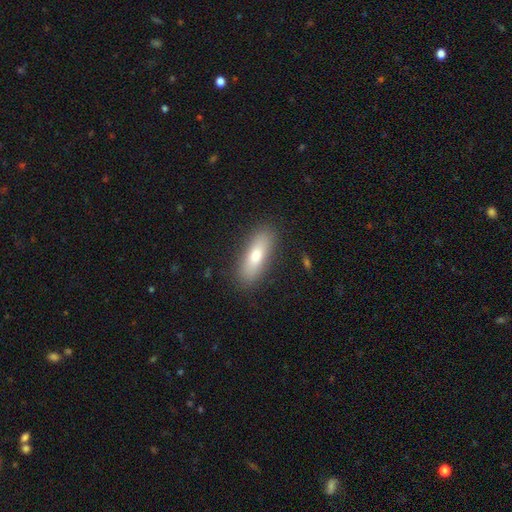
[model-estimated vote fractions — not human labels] smooth-or-featured: smooth: 73% | featured or disk: 20% | star or artifact: 7%
  how-rounded: in between: 53% | cigar-shaped: 45% | round: 2%
  merging: none: 87% | minor disturbance: 9% | major disturbance: 2% | merger: 1%